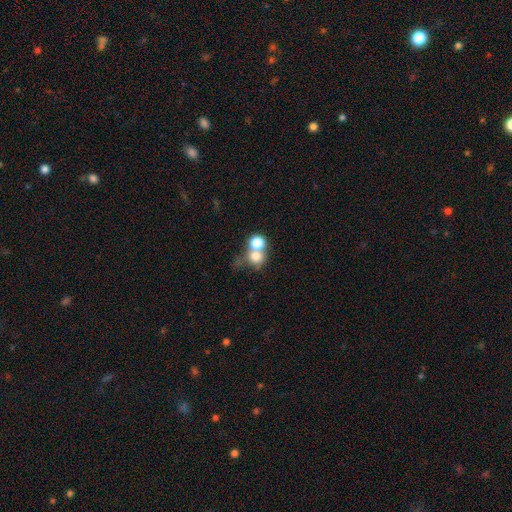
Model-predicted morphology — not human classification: smooth 73%, featured or disk 14%, star or artifact 13%. Down the decision tree: how rounded — round (76%); merging — merger (57%).